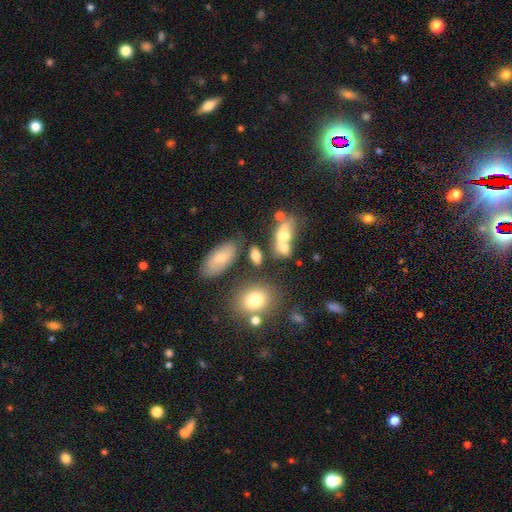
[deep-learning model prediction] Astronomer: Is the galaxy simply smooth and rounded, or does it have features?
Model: smooth — 65%.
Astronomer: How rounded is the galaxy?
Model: in between — 77%.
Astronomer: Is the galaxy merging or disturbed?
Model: none — 49% (runner-up: merger, 29%).